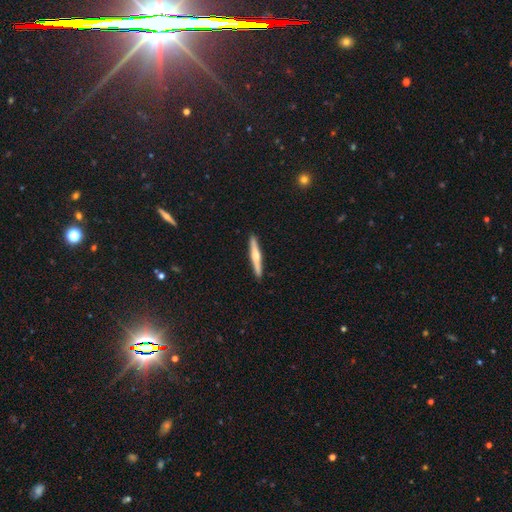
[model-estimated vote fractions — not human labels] The model was most divided on "smooth or featured": featured or disk: 57%, smooth: 38%, star or artifact: 5%. More confident: edge-on disk — yes (98%); merging — none (92%); edge-on bulge — rounded (84%).